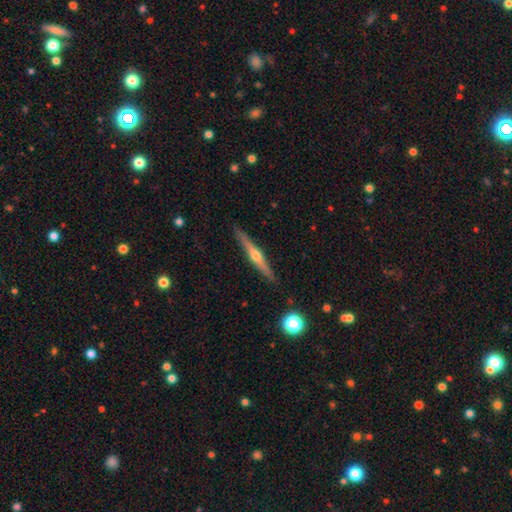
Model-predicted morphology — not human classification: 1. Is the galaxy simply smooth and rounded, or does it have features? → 71% featured or disk, 23% smooth, 6% star or artifact.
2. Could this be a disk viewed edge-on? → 98% yes, 2% no.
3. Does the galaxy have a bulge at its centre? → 89% rounded, 7% none, 3% boxy.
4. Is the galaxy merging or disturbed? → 90% none, 8% minor disturbance, 1% major disturbance, 1% merger.